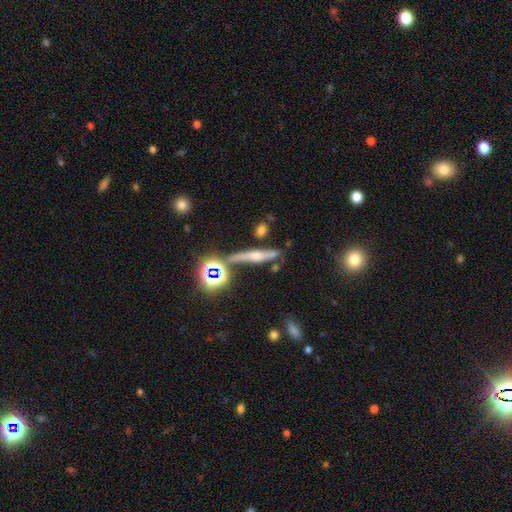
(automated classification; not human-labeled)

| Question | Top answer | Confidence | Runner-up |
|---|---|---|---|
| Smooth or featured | featured or disk | 56% | star or artifact (24%) |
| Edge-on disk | yes | 84% | no (16%) |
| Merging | none | 66% | merger (14%) |